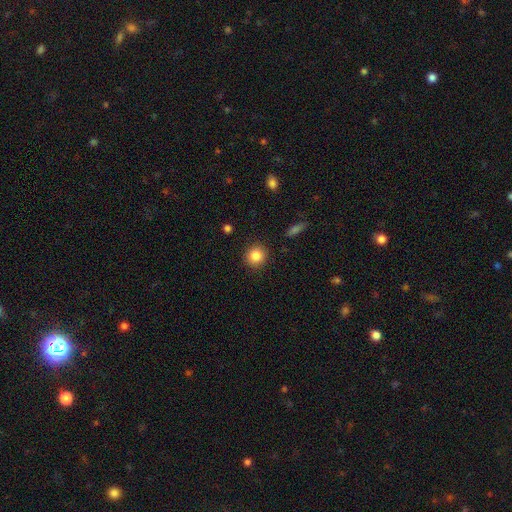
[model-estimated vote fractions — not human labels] smooth-or-featured: smooth: 86% | star or artifact: 9% | featured or disk: 5%
  how-rounded: round: 90% | in between: 9% | cigar-shaped: 1%
  merging: none: 90% | minor disturbance: 6% | major disturbance: 2% | merger: 1%